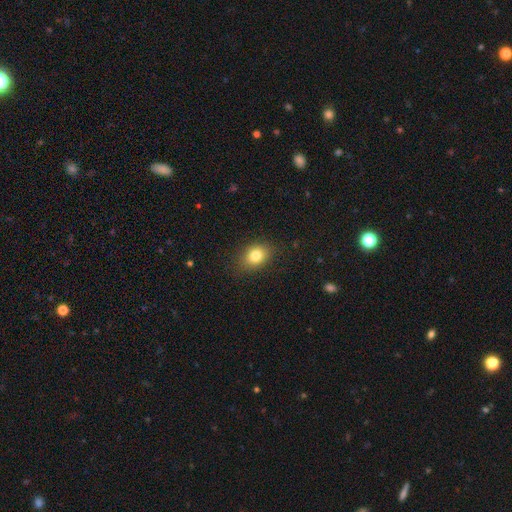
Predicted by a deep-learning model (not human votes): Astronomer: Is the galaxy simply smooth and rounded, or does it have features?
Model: smooth — 81%.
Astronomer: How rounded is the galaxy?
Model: in between — 66%.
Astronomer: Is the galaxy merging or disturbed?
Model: none — 84%.